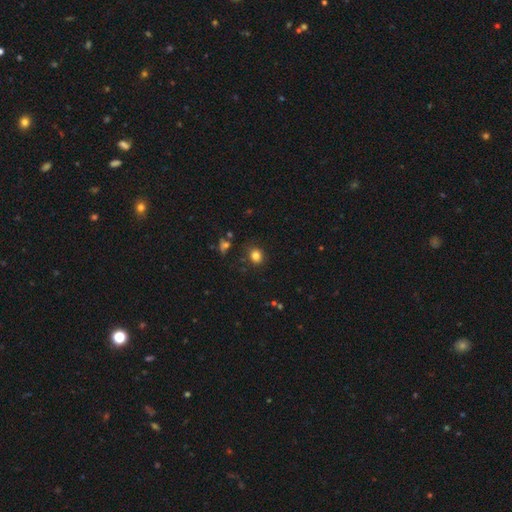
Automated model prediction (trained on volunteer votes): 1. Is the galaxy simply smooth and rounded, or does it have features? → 82% smooth, 13% star or artifact, 6% featured or disk.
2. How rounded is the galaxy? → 68% round, 31% in between, 1% cigar-shaped.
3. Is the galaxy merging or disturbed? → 83% none, 11% minor disturbance, 3% major disturbance, 3% merger.